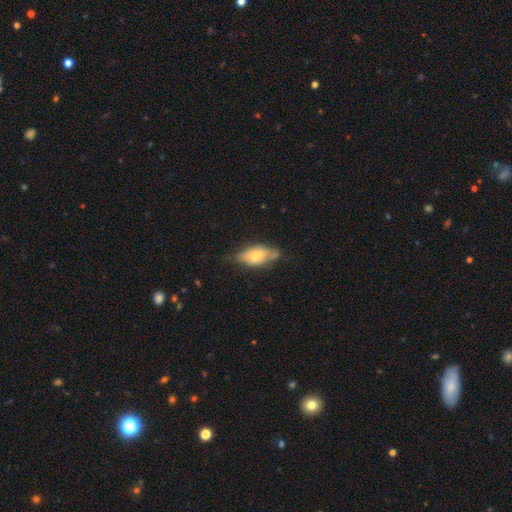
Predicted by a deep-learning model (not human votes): smooth_or_featured: smooth (p=0.61) [alt: featured or disk p=0.32]
how_rounded: in between (p=0.86) [alt: cigar-shaped p=0.11]
merging: none (p=0.53) [alt: minor disturbance p=0.36]